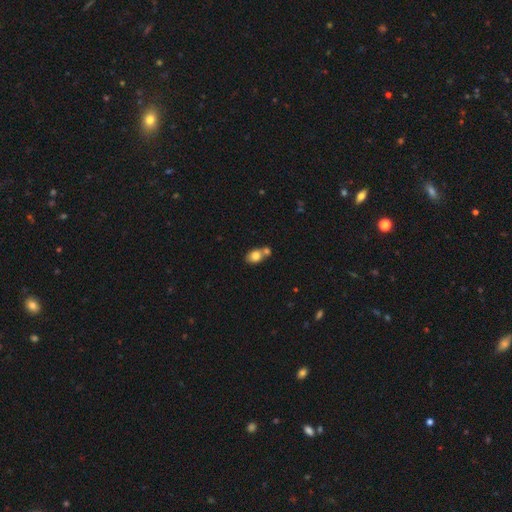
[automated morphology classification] The model was most divided on "merging": merger: 45%, none: 40%, minor disturbance: 11%, major disturbance: 4%. More confident: smooth or featured — smooth (80%); how rounded — in between (69%).